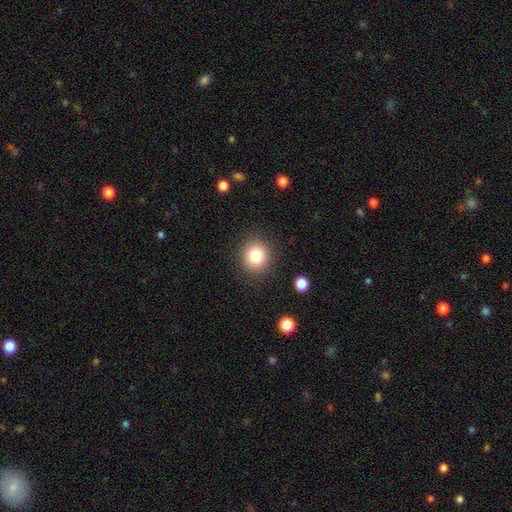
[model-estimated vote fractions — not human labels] Smooth or featured? smooth (81%)
How rounded? round (85%)
Merging? none (88%)